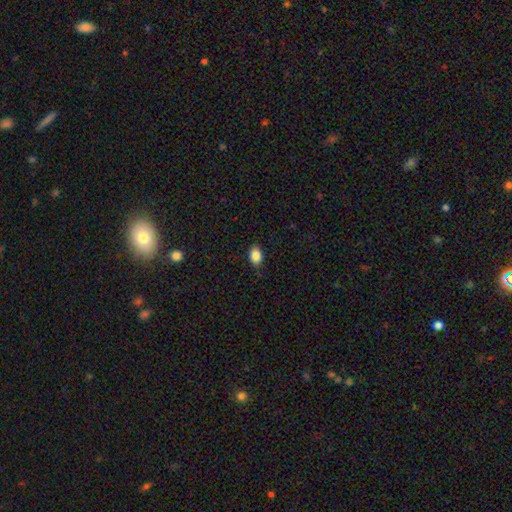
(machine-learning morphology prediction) smooth 87%, star or artifact 9%, featured or disk 5%. Down the decision tree: how rounded — in between (80%); merging — none (85%).